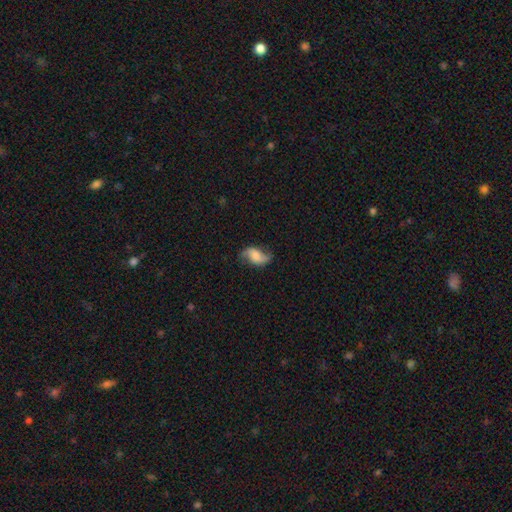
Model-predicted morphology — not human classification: A featured or disk galaxy (62%) with no bar (56%), 2 (91%) loose (76%) spiral arms (93%) and no central bulge (26%). Merging: none (71%).